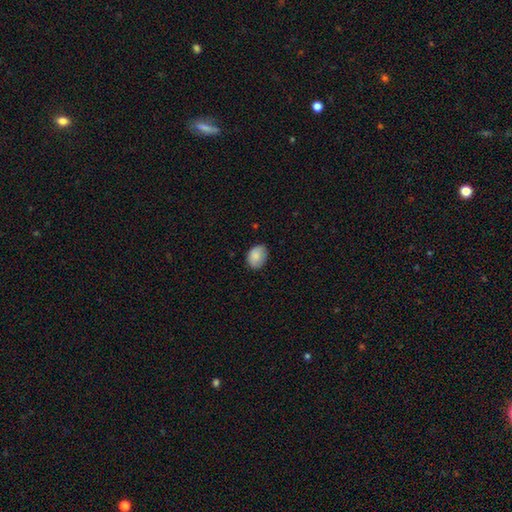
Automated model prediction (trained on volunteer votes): This appears to be a smooth galaxy with no disk features (84%) that is in between round and cigar-shaped (65%). Merging: none (74%).